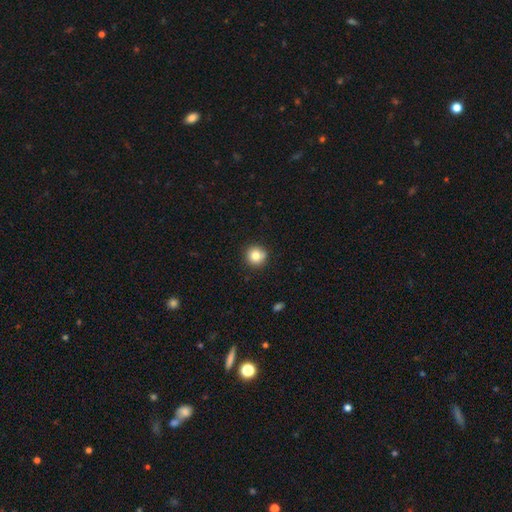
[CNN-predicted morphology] Smooth or featured? smooth (82%)
How rounded? round (94%)
Merging? none (88%)